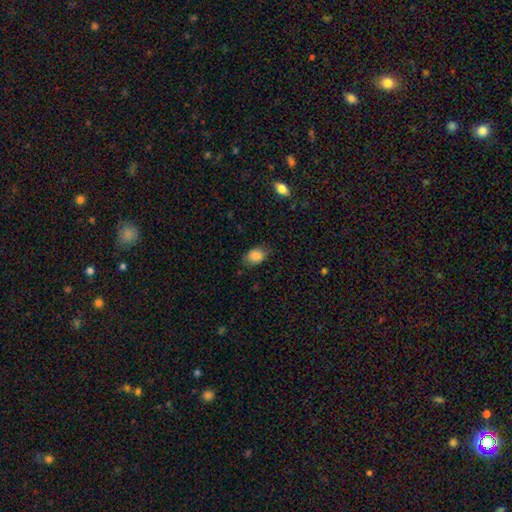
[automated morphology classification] smooth-or-featured: smooth: 86% | star or artifact: 8% | featured or disk: 6%
  how-rounded: in between: 77% | round: 22% | cigar-shaped: 1%
  merging: none: 73% | minor disturbance: 21% | major disturbance: 5% | merger: 1%